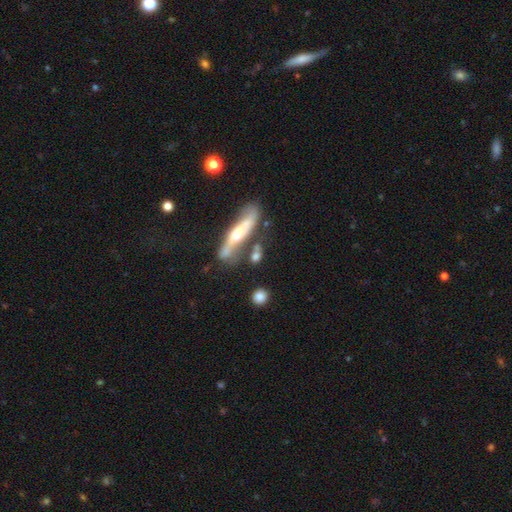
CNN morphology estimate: Smooth or featured?
  - smooth: 54% *
  - featured or disk: 36%
  - star or artifact: 10%
How rounded?
  - in between: 41% *
  - cigar-shaped: 39%
  - round: 20%
Merging?
  - none: 46% *
  - merger: 26%
  - minor disturbance: 17%
  - major disturbance: 12%